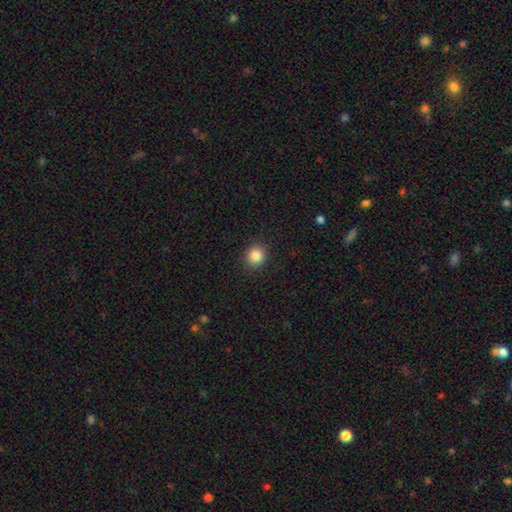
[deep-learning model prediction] smooth-or-featured: smooth: 85% | star or artifact: 10% | featured or disk: 4%
  how-rounded: round: 84% | in between: 15% | cigar-shaped: 1%
  merging: none: 90% | minor disturbance: 7% | major disturbance: 2% | merger: 1%